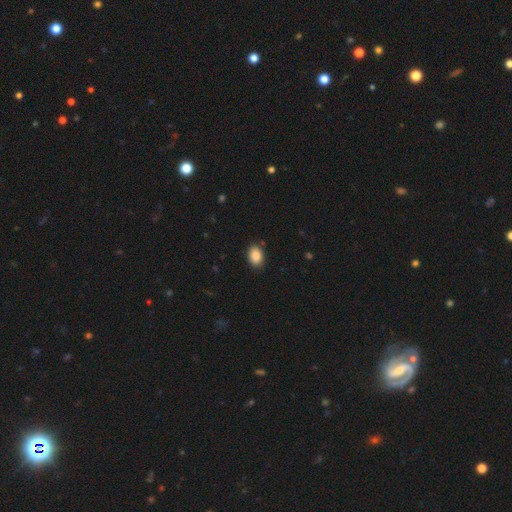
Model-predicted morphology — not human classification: smooth_or_featured: smooth (p=0.88) [alt: star or artifact p=0.08]
how_rounded: in between (p=0.84) [alt: round p=0.15]
merging: none (p=0.87) [alt: minor disturbance p=0.10]